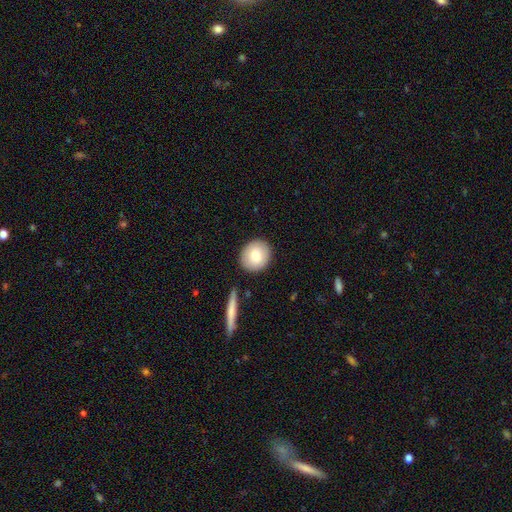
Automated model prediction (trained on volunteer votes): A smooth galaxy with no disk features (80%) that is round (84%). Merging: none (88%).